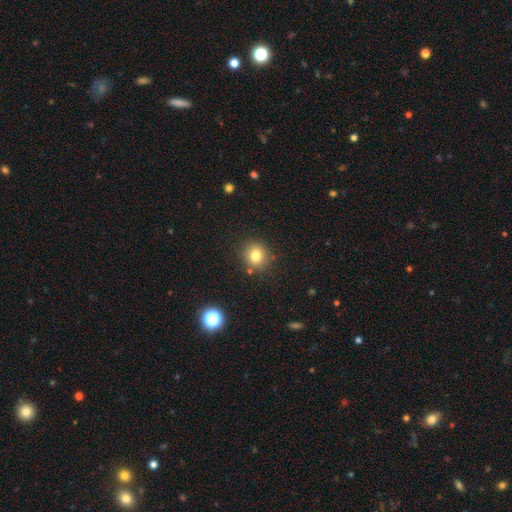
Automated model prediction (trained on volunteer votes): Smooth or featured? Predicted: smooth (p=0.80). How rounded? Predicted: round (p=0.87). Merging? Predicted: none (p=0.85).